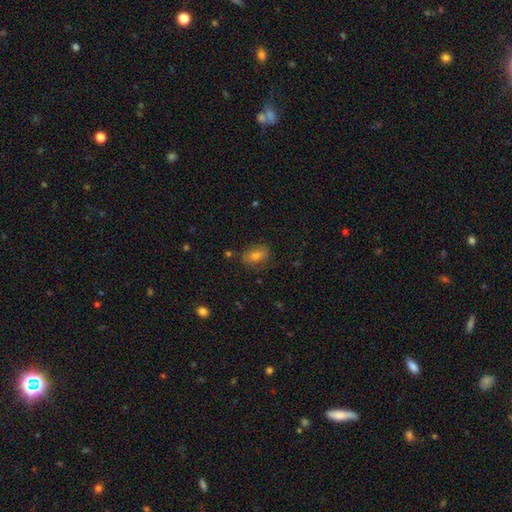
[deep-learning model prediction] A smooth galaxy with no disk features (66%) that is in between round and cigar-shaped (76%). Merging: none (78%).